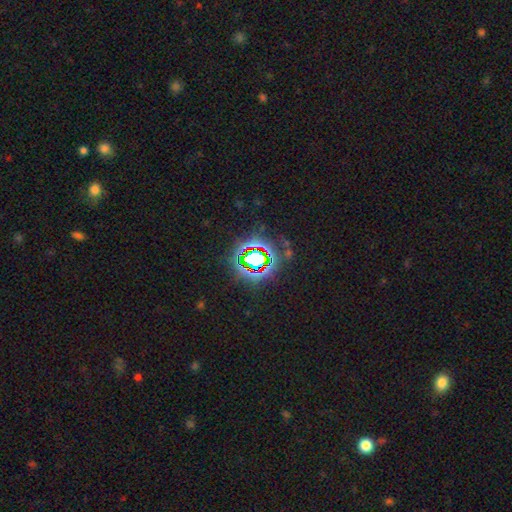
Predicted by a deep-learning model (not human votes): A star or artifact, not a galaxy (78%).